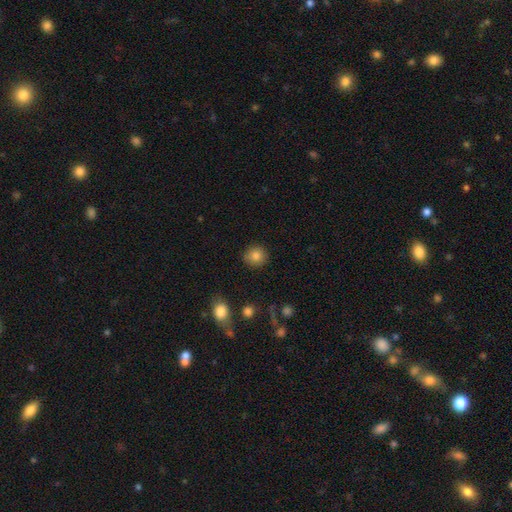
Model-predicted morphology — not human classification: The model was most divided on "smooth or featured": smooth: 84%, star or artifact: 10%, featured or disk: 6%. More confident: how rounded — round (88%); merging — none (86%).